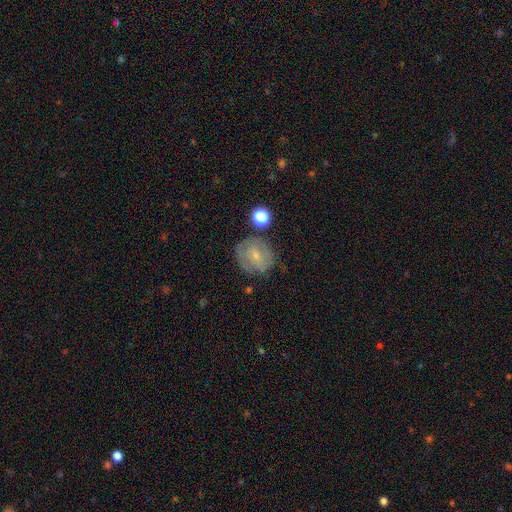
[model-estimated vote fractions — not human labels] A smooth galaxy with no disk features (46%).

Vote fractions:
- Smooth or featured? smooth: 46% / featured or disk: 45% / star or artifact: 9%
- Merging? none: 67% / minor disturbance: 20% / major disturbance: 8% / merger: 5%